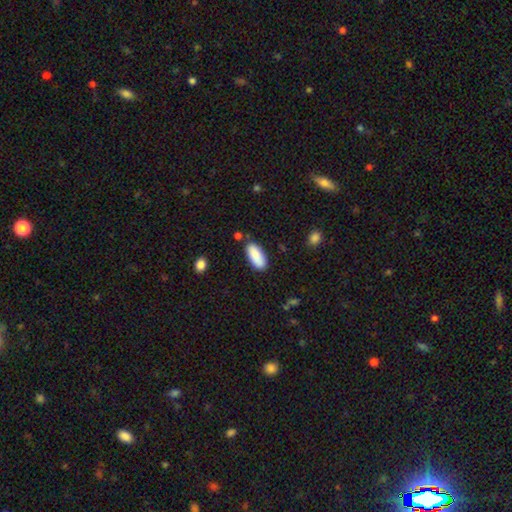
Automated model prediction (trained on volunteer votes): A smooth galaxy with no disk features (89%) that is in between round and cigar-shaped (83%).

Vote fractions:
- Smooth or featured? smooth: 89% / star or artifact: 6% / featured or disk: 5%
- How rounded? in between: 83% / cigar-shaped: 15% / round: 2%
- Merging? none: 82% / minor disturbance: 11% / merger: 4% / major disturbance: 3%